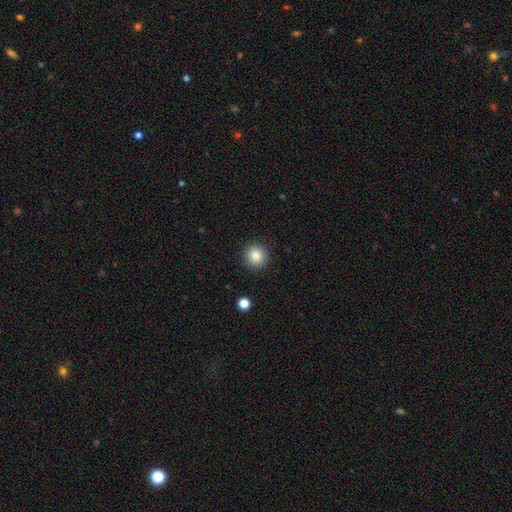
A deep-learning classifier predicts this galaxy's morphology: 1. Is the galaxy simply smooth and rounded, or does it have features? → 86% smooth, 10% star or artifact, 5% featured or disk.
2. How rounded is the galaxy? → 93% round, 6% in between, 1% cigar-shaped.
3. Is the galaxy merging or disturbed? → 91% none, 6% minor disturbance, 2% major disturbance, 1% merger.